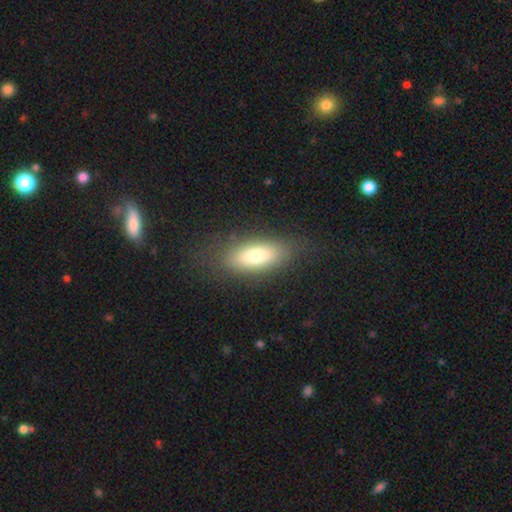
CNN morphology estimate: A smooth galaxy with no disk features (74%) that is in between round and cigar-shaped (76%). Merging: none (80%).